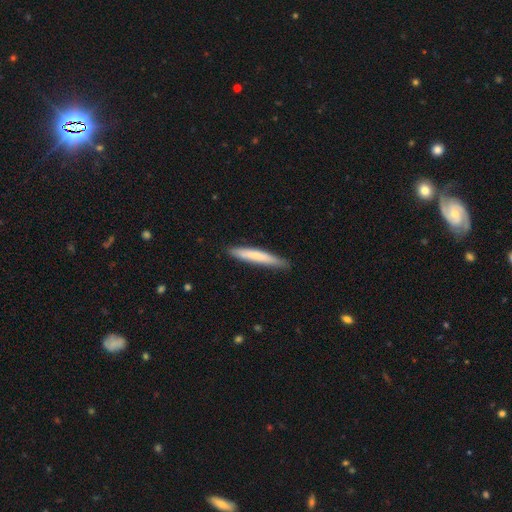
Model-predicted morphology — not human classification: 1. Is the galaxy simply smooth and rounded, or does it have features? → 70% smooth, 25% featured or disk, 5% star or artifact.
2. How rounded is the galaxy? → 94% cigar-shaped, 5% in between, 1% round.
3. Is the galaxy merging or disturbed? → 86% none, 12% minor disturbance, 2% major disturbance, 1% merger.